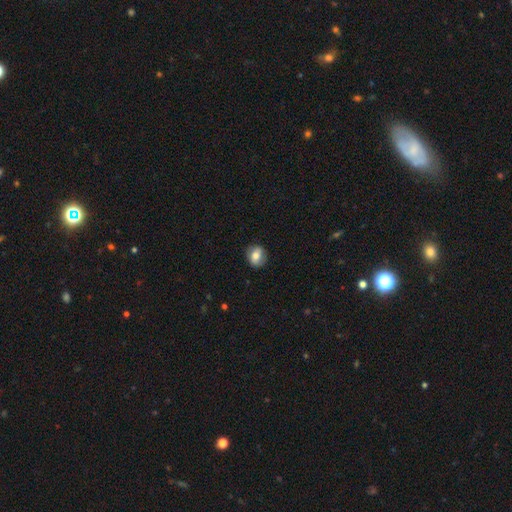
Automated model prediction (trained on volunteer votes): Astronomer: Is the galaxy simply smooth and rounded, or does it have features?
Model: smooth — 72%.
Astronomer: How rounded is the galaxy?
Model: round — 65%.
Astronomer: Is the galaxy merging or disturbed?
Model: none — 85%.